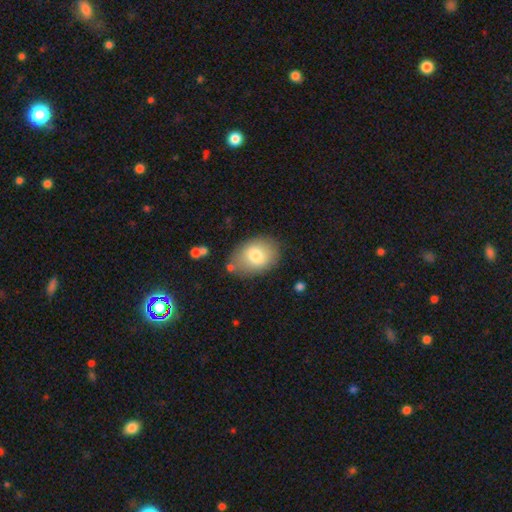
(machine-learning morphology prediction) smooth 77%, featured or disk 15%, star or artifact 8%. Down the decision tree: how rounded — in between (75%); merging — none (75%).